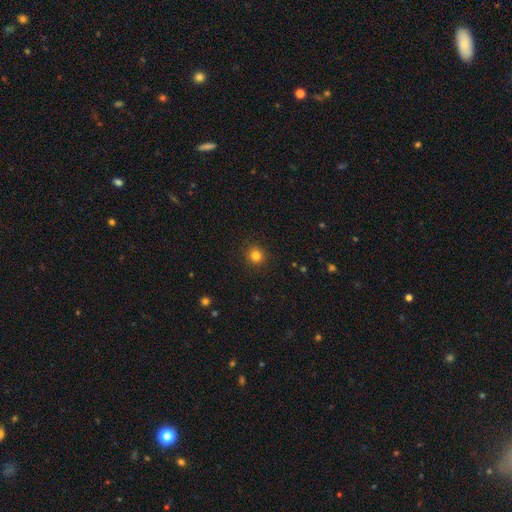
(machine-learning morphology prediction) Smooth or featured? Predicted: smooth (p=0.82). How rounded? Predicted: round (p=0.91). Merging? Predicted: none (p=0.91).